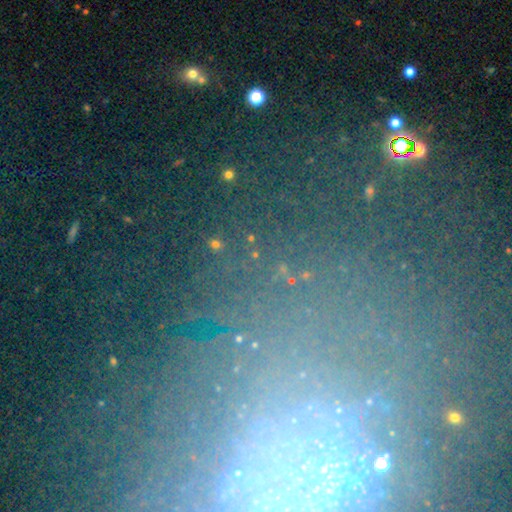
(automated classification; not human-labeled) Smooth or featured? star or artifact (67%)